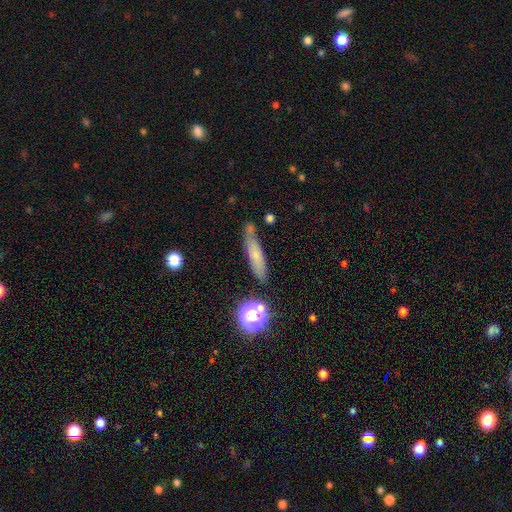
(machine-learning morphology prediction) This appears to be a smooth galaxy with no disk features (64%) that is cigar-shaped (77%). Merging: none (70%).